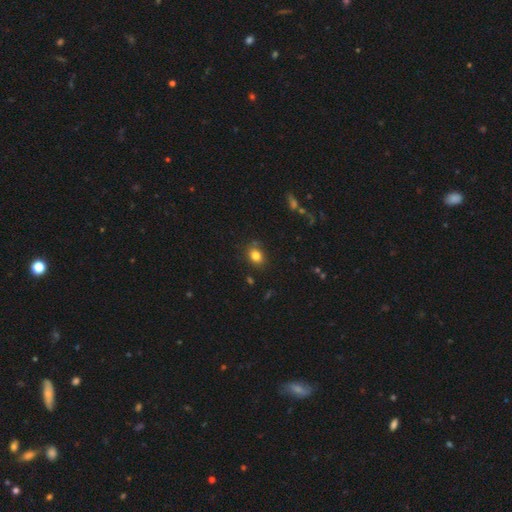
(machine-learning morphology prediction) The model was most divided on "how rounded": in between: 51%, round: 48%, cigar-shaped: 1%. More confident: smooth or featured — smooth (82%); merging — none (79%).